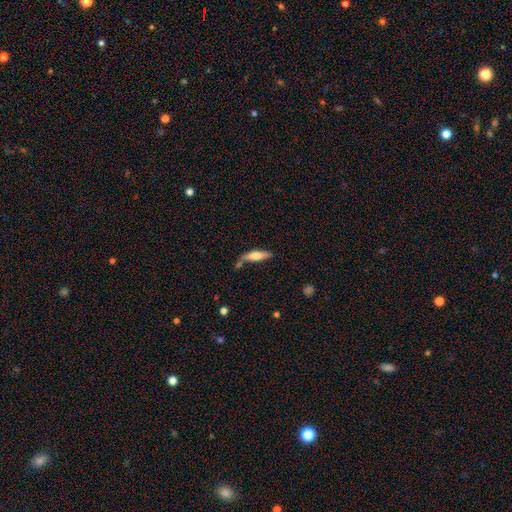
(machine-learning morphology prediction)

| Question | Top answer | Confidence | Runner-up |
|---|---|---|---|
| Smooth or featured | smooth | 61% | featured or disk (32%) |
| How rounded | cigar-shaped | 64% | in between (34%) |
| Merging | none | 56% | minor disturbance (22%) |